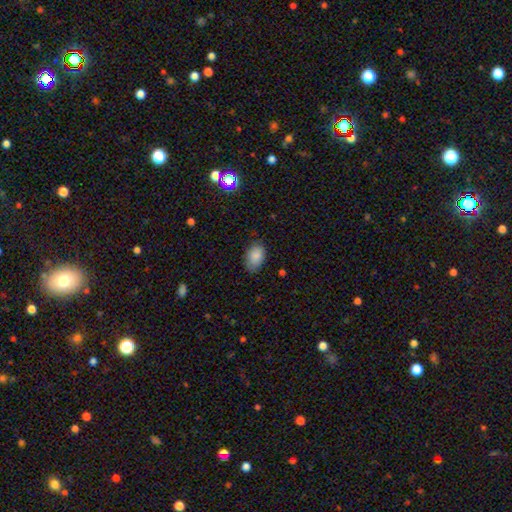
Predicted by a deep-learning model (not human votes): smooth 85%, star or artifact 8%, featured or disk 7%. Down the decision tree: how rounded — in between (89%); merging — none (74%).